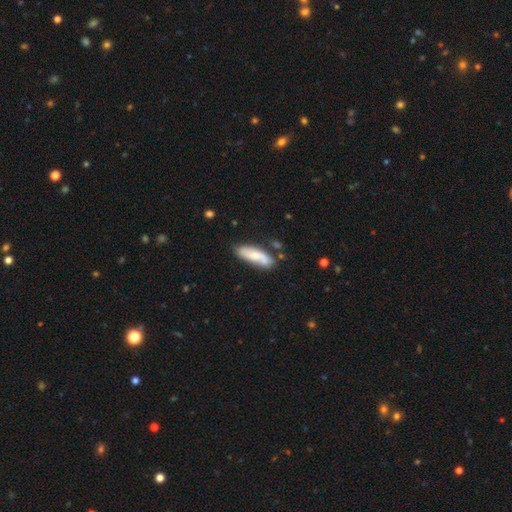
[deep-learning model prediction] A smooth galaxy with no disk features (54%) that is in between round and cigar-shaped (59%). Merging: none (70%).